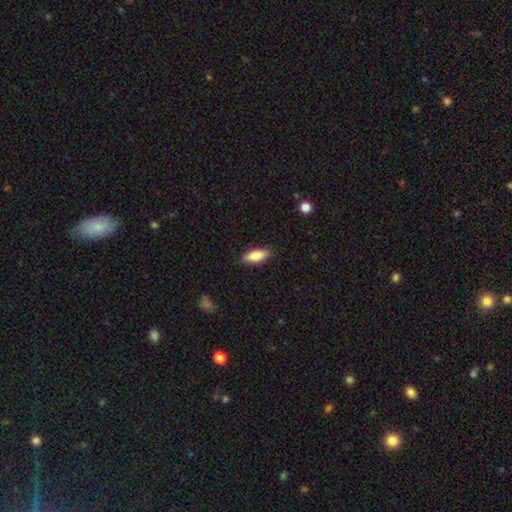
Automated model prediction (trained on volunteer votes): The model was most divided on "how rounded": in between: 78%, cigar-shaped: 20%, round: 2%. More confident: merging — none (85%); smooth or featured — smooth (85%).